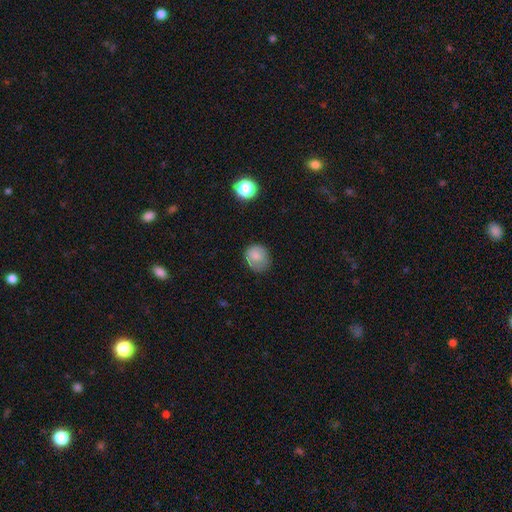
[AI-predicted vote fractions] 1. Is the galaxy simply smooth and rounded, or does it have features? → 76% smooth, 14% featured or disk, 9% star or artifact.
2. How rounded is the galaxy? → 67% round, 32% in between, 1% cigar-shaped.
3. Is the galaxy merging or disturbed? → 63% none, 27% minor disturbance, 9% major disturbance, 1% merger.